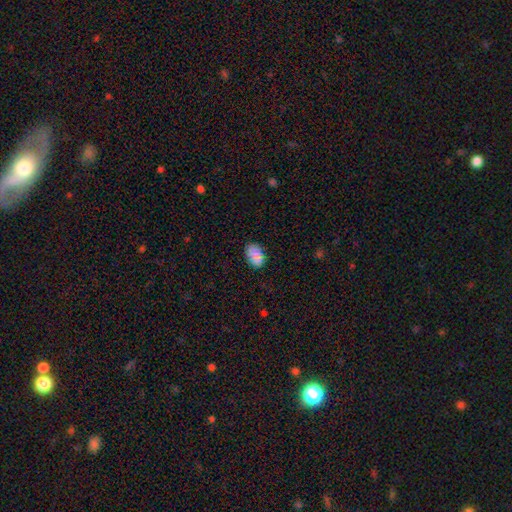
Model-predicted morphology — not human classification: Smooth or featured?
  - smooth: 82% *
  - star or artifact: 9%
  - featured or disk: 9%
How rounded?
  - in between: 87% *
  - round: 11%
  - cigar-shaped: 1%
Merging?
  - none: 71% *
  - minor disturbance: 20%
  - major disturbance: 5%
  - merger: 3%